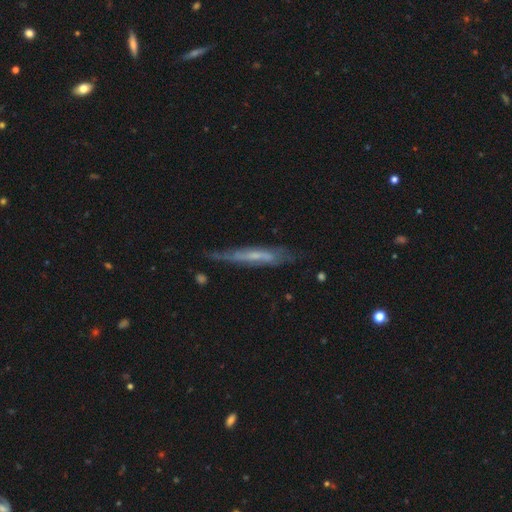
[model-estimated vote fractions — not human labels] A featured or disk galaxy (62%) viewed edge-on (68%). Merging: none (60%).